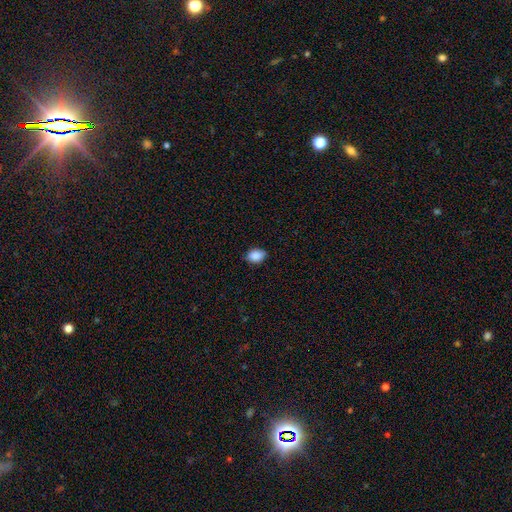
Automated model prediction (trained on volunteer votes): The model was most divided on "how rounded": in between: 76%, round: 23%, cigar-shaped: 1%. More confident: smooth or featured — smooth (88%); merging — none (82%).